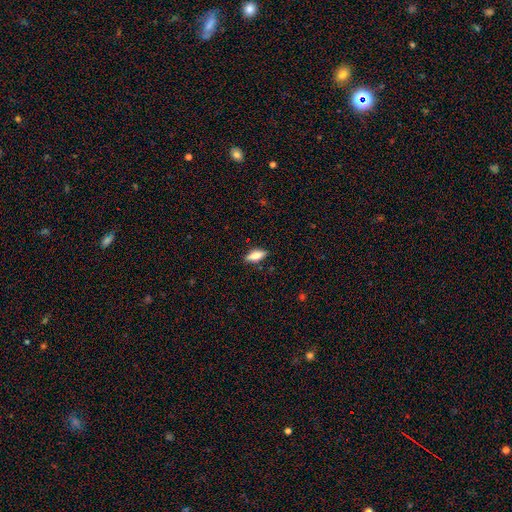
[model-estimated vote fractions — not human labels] Smooth or featured? smooth (65%)
How rounded? in between (72%)
Merging? none (87%)